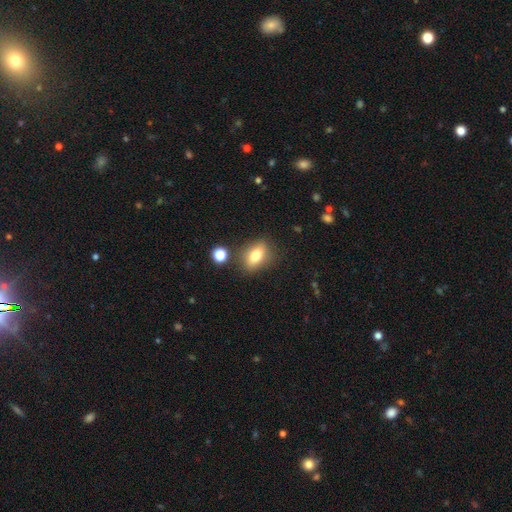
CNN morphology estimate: This appears to be a smooth galaxy with no disk features (73%) that is in between round and cigar-shaped (78%). Merging: none (79%).